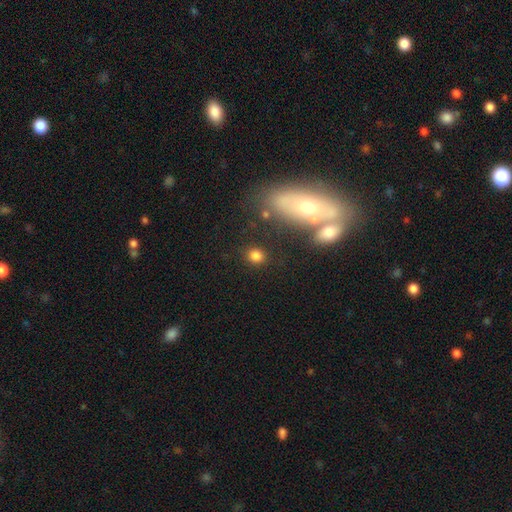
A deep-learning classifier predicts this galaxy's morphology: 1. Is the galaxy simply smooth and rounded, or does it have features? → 81% smooth, 12% star or artifact, 6% featured or disk.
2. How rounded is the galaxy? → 74% round, 24% in between, 2% cigar-shaped.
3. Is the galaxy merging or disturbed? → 82% none, 8% minor disturbance, 6% merger, 4% major disturbance.